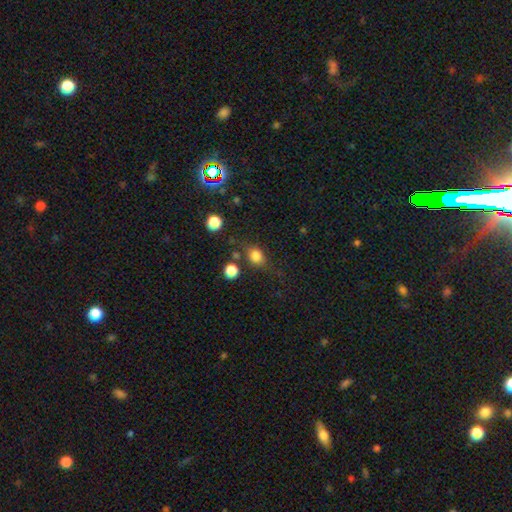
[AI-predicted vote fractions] Smooth or featured?
  - smooth: 80% *
  - star or artifact: 12%
  - featured or disk: 8%
How rounded?
  - round: 52% *
  - in between: 46%
  - cigar-shaped: 2%
Merging?
  - none: 66% *
  - minor disturbance: 19%
  - major disturbance: 8%
  - merger: 7%